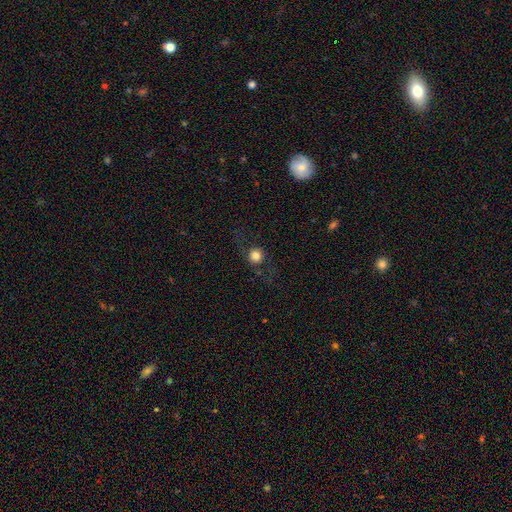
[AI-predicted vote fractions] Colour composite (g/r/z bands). It shows a smooth galaxy with no disk features (66%) that is round (89%). Merging: none (71%).